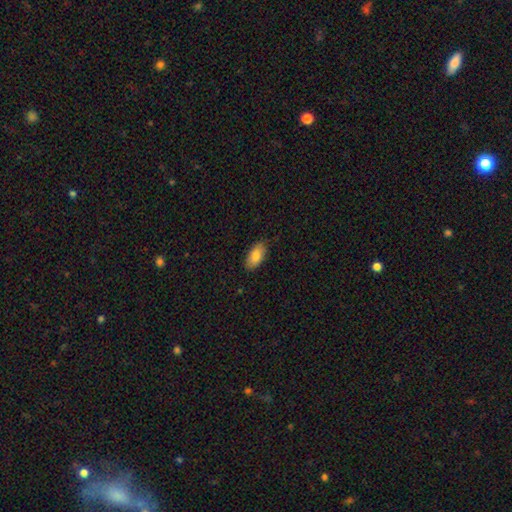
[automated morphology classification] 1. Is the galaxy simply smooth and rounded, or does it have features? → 85% smooth, 9% featured or disk, 6% star or artifact.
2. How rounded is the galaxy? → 92% in between, 5% cigar-shaped, 3% round.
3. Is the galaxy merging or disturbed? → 87% none, 10% minor disturbance, 2% major disturbance, 1% merger.